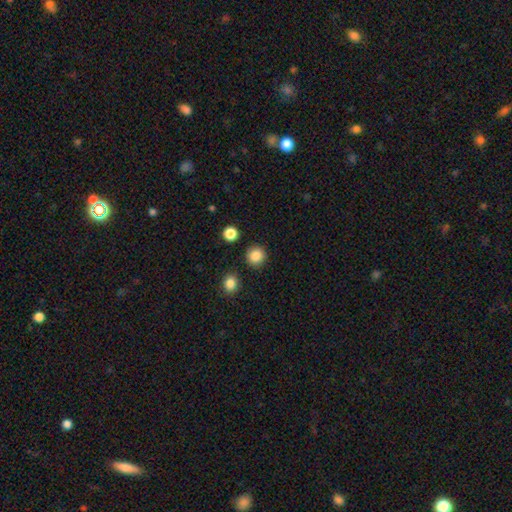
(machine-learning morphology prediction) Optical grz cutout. It shows a smooth galaxy with no disk features (86%) that is round (93%). Merging: none (90%).